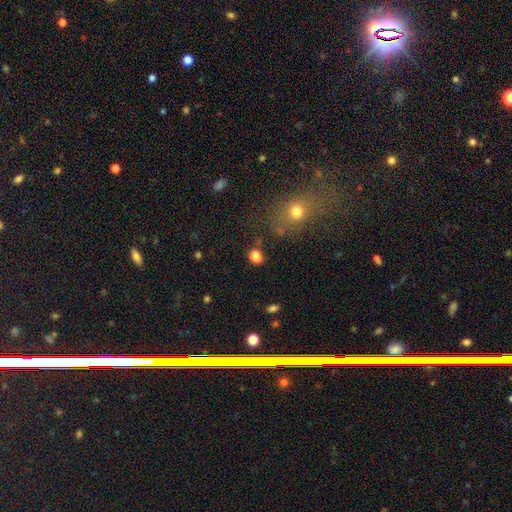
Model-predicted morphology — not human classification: The model was most divided on "how rounded": round: 51%, in between: 48%, cigar-shaped: 1%. More confident: smooth or featured — smooth (83%); merging — none (71%).